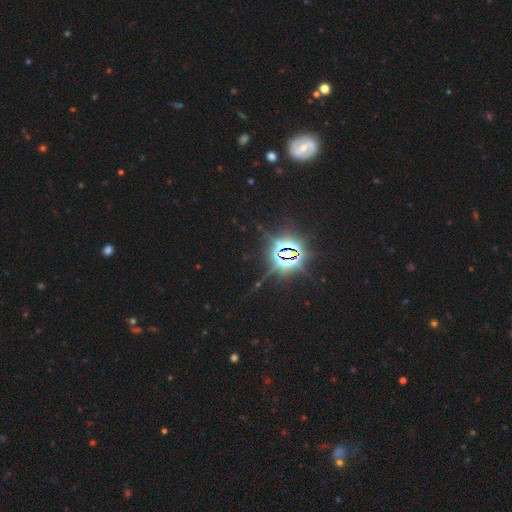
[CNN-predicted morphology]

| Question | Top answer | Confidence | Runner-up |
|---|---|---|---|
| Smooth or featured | star or artifact | 85% | smooth (9%) |